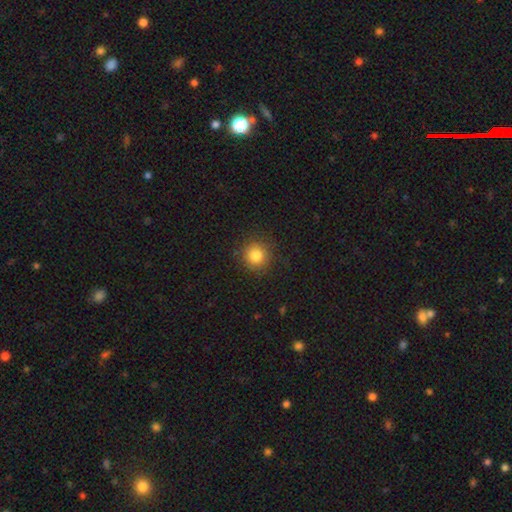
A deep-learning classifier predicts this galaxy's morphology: smooth_or_featured: smooth (p=0.82) [alt: star or artifact p=0.12]
how_rounded: round (p=0.94) [alt: in between p=0.06]
merging: none (p=0.89) [alt: minor disturbance p=0.08]